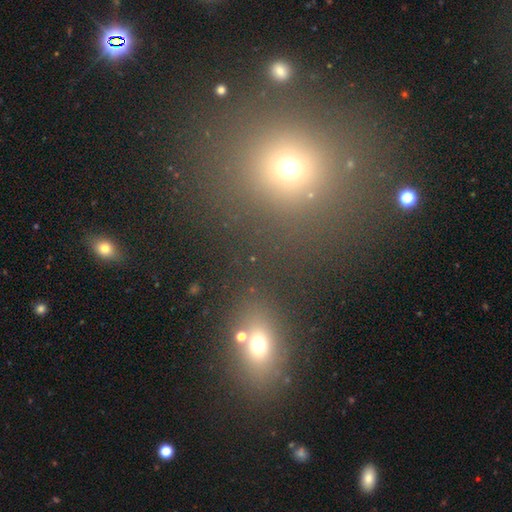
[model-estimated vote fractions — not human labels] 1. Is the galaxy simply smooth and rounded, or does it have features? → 52% smooth, 35% star or artifact, 13% featured or disk.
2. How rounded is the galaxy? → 62% round, 35% in between, 3% cigar-shaped.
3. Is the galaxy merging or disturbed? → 71% none, 15% merger, 9% minor disturbance, 5% major disturbance.